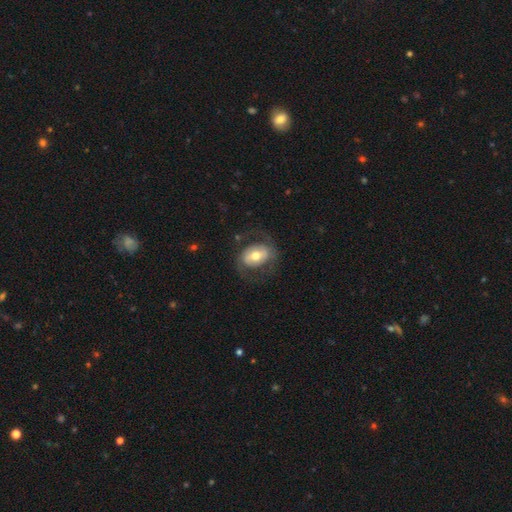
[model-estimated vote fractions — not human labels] A featured or disk galaxy (55%) with no bar (44%), spiral arms (60%) and a moderate central bulge (69%).

Vote fractions:
- Smooth or featured? featured or disk: 55% / smooth: 39% / star or artifact: 6%
- Edge-on disk? no: 95% / yes: 5%
- Bar? no: 44% / weak: 33% / strong: 24%
- Spiral arms? yes: 60% / no: 40%
- Bulge size? moderate: 69% / small: 16% / large: 11% / dominant: 2% / none: 1%
- Merging? none: 65% / major disturbance: 17% / minor disturbance: 16% / merger: 1%